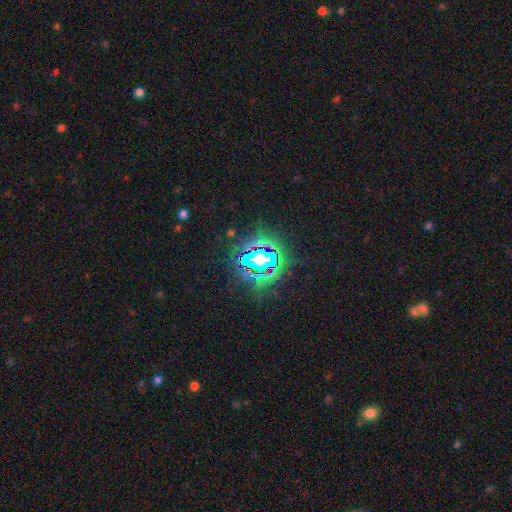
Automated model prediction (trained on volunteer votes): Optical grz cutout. It shows a star or artifact, not a galaxy (83%).